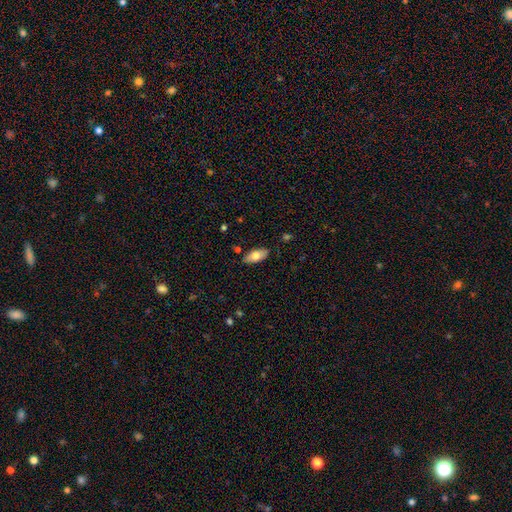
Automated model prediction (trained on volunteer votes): This is likely a smooth galaxy (71%). How rounded: clearly in between (87%). Merging: clearly none (85%).